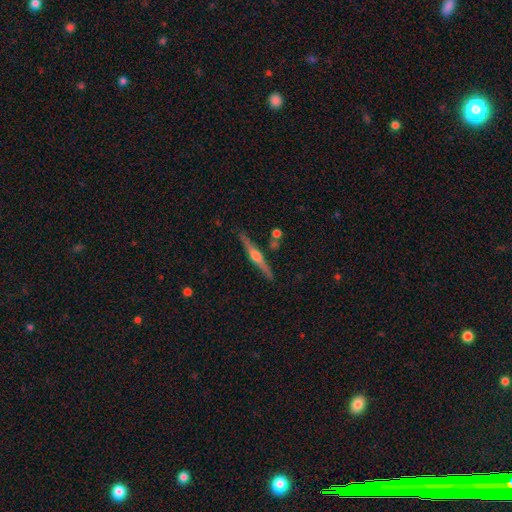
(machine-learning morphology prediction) Smooth or featured: featured or disk — 80% (smooth — 15%)
Edge-on disk: yes — 98% (no — 2%)
Edge-on bulge: rounded — 89% (boxy — 7%)
Merging: none — 88% (minor disturbance — 8%)